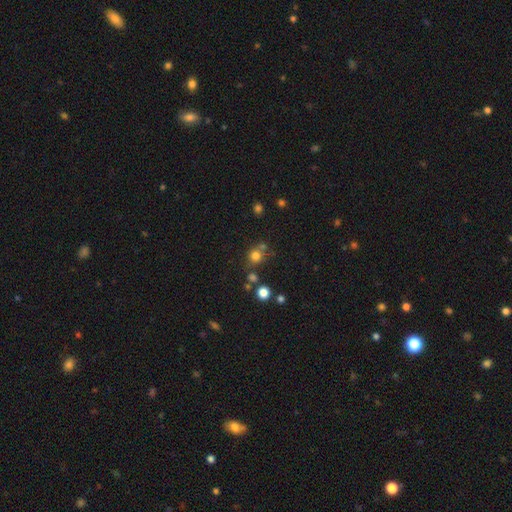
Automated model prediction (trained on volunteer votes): The model was most divided on "merging": none: 64%, merger: 19%, minor disturbance: 11%, major disturbance: 5%. More confident: how rounded — round (86%); smooth or featured — smooth (75%).